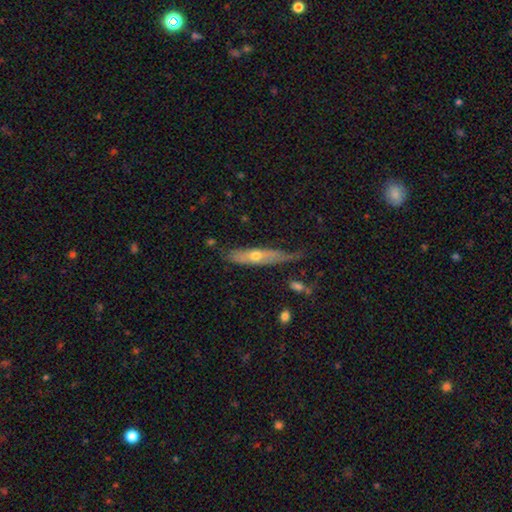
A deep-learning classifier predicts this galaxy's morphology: Smooth or featured: featured or disk — 55% (smooth — 38%)
Edge-on disk: yes — 77% (no — 23%)
Merging: none — 57% (minor disturbance — 31%)